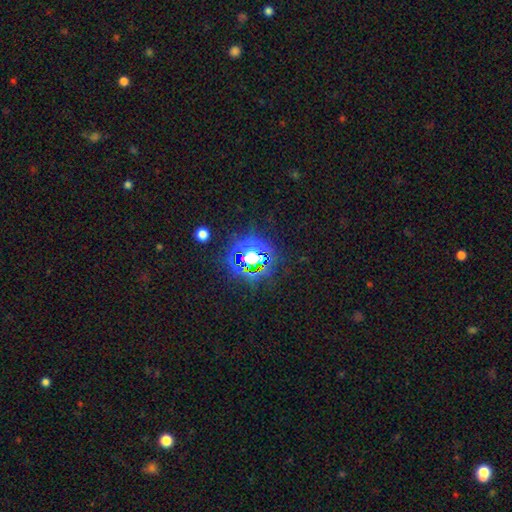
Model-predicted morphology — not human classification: A star or artifact, not a galaxy (68%).